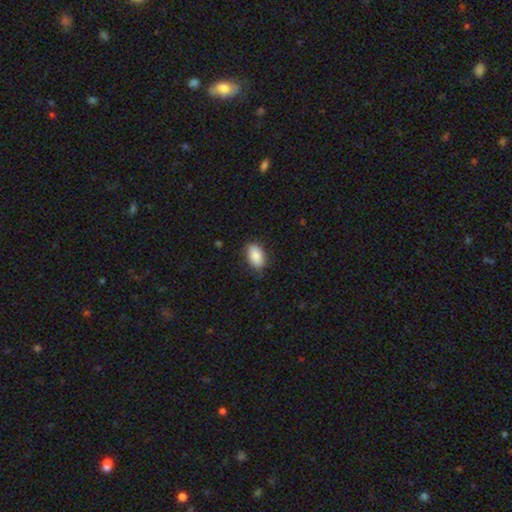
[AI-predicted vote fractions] A smooth galaxy with no disk features (86%) that is in between round and cigar-shaped (91%).

Vote fractions:
- Smooth or featured? smooth: 86% / featured or disk: 7% / star or artifact: 7%
- How rounded? in between: 91% / round: 7% / cigar-shaped: 2%
- Merging? none: 80% / minor disturbance: 16% / major disturbance: 3% / merger: 1%